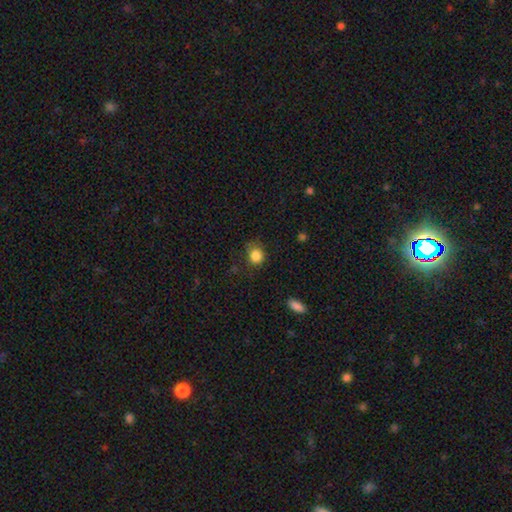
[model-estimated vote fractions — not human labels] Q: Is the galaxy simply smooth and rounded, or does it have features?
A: smooth — 85%.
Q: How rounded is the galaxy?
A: round — 77%.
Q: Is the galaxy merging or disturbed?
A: none — 67%.